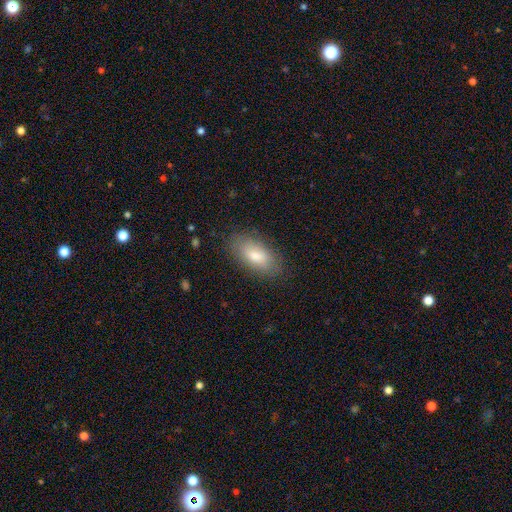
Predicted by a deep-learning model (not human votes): A smooth galaxy with no disk features (81%) that is in between round and cigar-shaped (90%).

Vote fractions:
- Smooth or featured? smooth: 81% / featured or disk: 12% / star or artifact: 6%
- How rounded? in between: 90% / cigar-shaped: 7% / round: 3%
- Merging? none: 84% / minor disturbance: 12% / major disturbance: 3% / merger: 1%